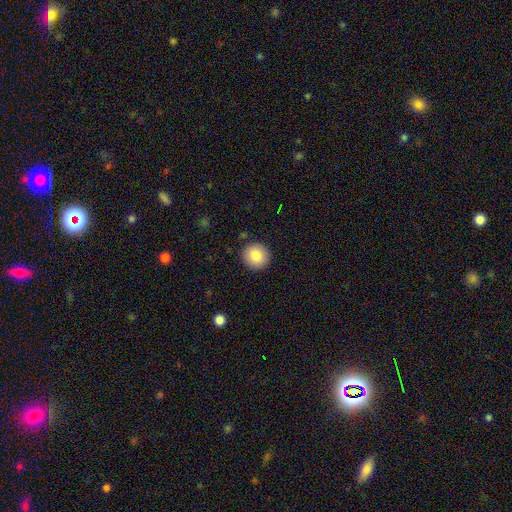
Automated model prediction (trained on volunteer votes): smooth 84%, star or artifact 8%, featured or disk 8%. Down the decision tree: how rounded — round (93%); merging — none (91%).